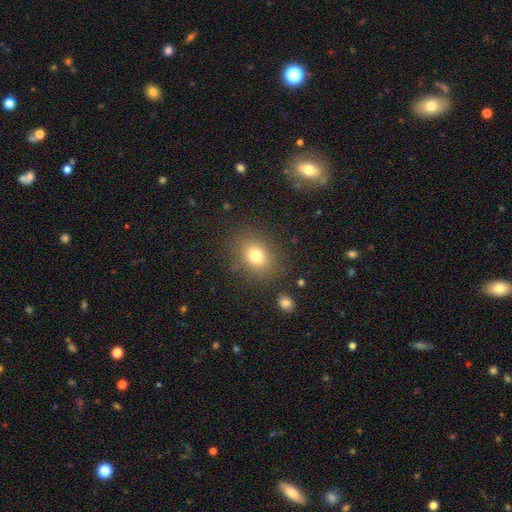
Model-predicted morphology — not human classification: This is likely a smooth galaxy (76%). How rounded: possibly in between (50%). Merging: clearly none (83%).